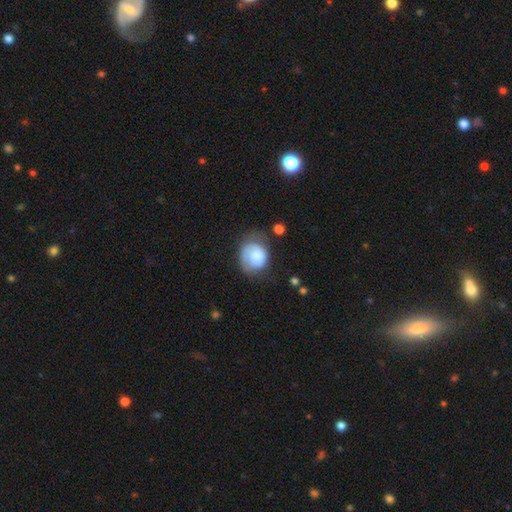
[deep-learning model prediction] A smooth galaxy with no disk features (62%) that is round (65%). Merging: none (50%).